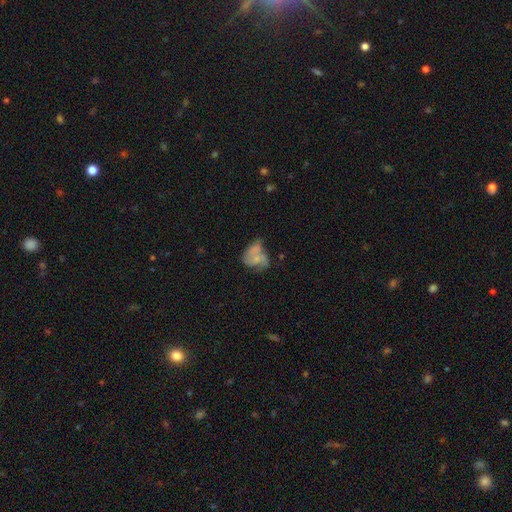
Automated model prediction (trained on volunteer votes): A featured or disk galaxy (54%) with no bar (73%), spiral arms (68%) and a small central bulge (54%). Merging: none (29%).